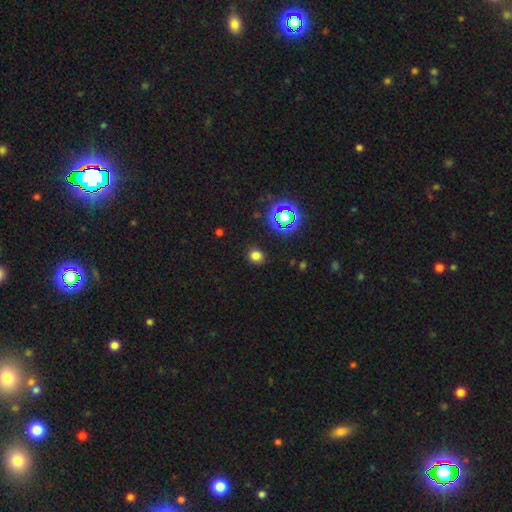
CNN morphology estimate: The model was most divided on "smooth or featured": smooth: 74%, star or artifact: 21%, featured or disk: 5%. More confident: merging — none (89%); how rounded — round (84%).